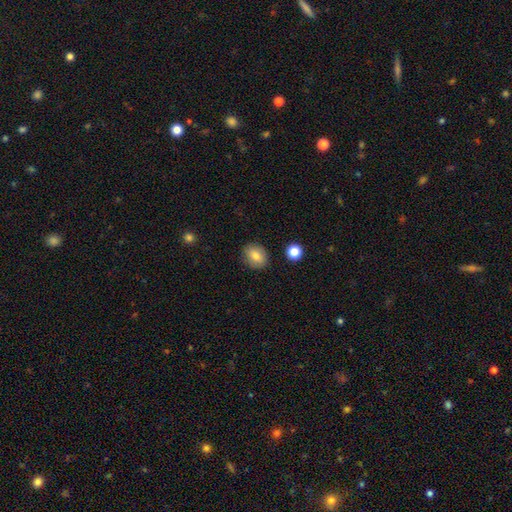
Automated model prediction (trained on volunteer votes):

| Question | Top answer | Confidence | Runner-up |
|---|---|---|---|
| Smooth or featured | smooth | 81% | featured or disk (10%) |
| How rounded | round | 54% | in between (45%) |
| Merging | none | 86% | minor disturbance (9%) |